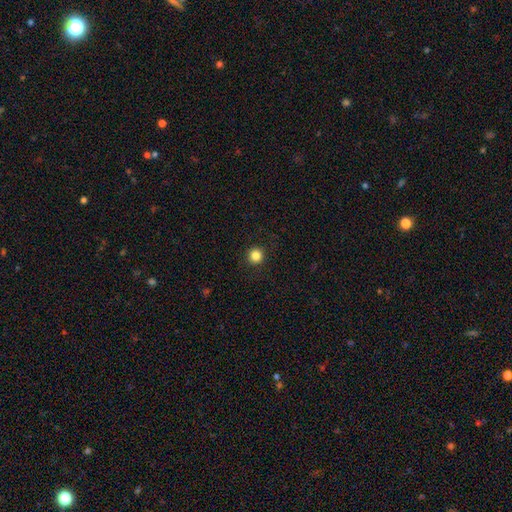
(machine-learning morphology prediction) This appears to be a smooth galaxy with no disk features (85%) that is round (95%). Merging: none (93%).